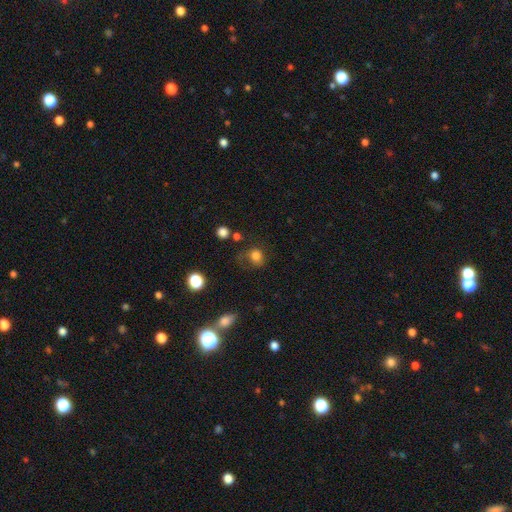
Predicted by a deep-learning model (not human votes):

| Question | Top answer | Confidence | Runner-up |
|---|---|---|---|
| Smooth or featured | smooth | 79% | star or artifact (13%) |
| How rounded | round | 73% | in between (26%) |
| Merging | none | 53% | minor disturbance (24%) |